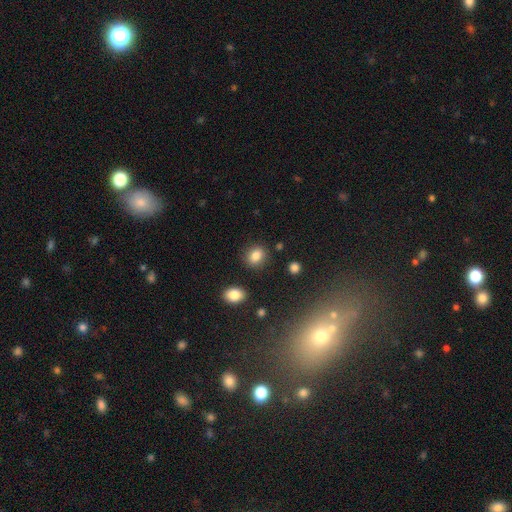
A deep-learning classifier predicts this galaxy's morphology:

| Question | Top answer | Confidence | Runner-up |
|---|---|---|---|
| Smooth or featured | smooth | 84% | star or artifact (10%) |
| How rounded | round | 55% | in between (43%) |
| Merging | none | 85% | minor disturbance (9%) |